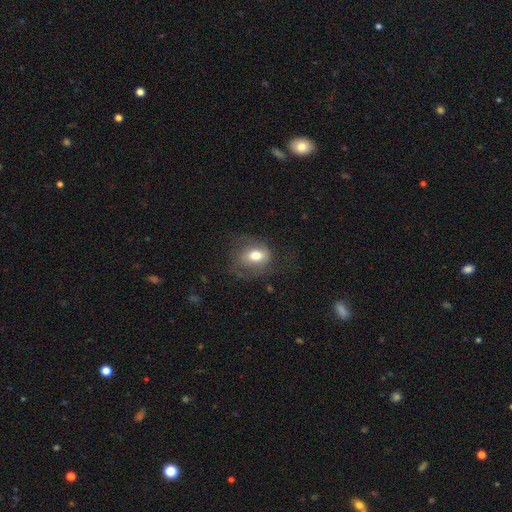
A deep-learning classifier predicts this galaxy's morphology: Smooth or featured?
  - smooth: 64% *
  - featured or disk: 27%
  - star or artifact: 9%
How rounded?
  - in between: 57% *
  - round: 42%
  - cigar-shaped: 1%
Merging?
  - none: 51% *
  - minor disturbance: 24%
  - major disturbance: 23%
  - merger: 1%